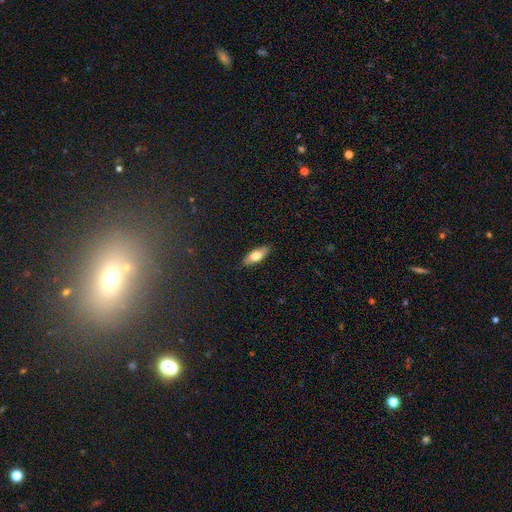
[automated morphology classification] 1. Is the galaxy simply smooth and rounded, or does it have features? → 70% smooth, 24% featured or disk, 6% star or artifact.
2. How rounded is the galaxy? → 72% in between, 26% cigar-shaped, 2% round.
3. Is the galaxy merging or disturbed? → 88% none, 9% minor disturbance, 2% major disturbance, 1% merger.